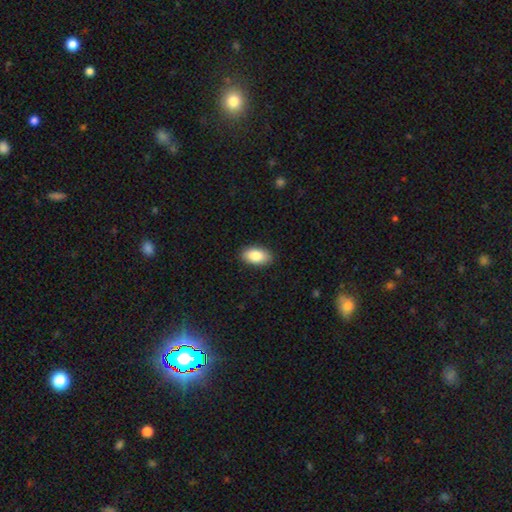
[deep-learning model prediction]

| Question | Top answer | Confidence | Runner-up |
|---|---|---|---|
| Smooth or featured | smooth | 87% | featured or disk (7%) |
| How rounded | in between | 94% | round (4%) |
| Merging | none | 89% | minor disturbance (8%) |